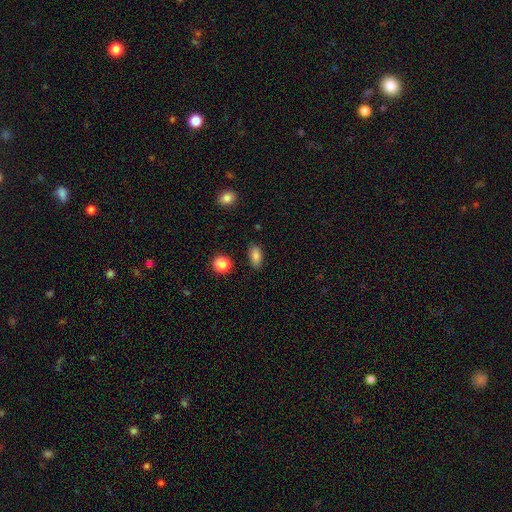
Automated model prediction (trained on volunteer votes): This is clearly a smooth galaxy (85%). How rounded: clearly in between (87%). Merging: clearly none (85%).